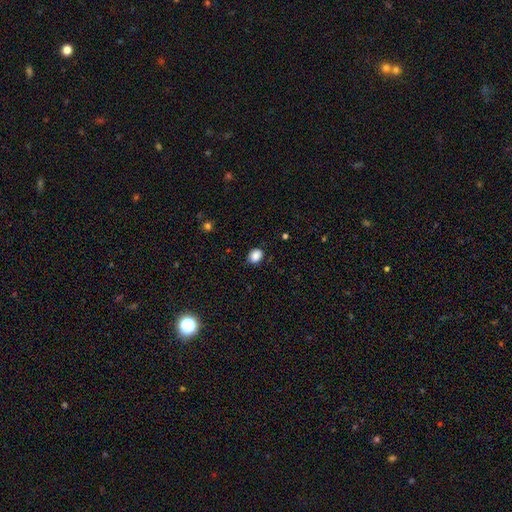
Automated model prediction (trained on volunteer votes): Q: Smooth or featured?
A: smooth (87%); runner-up: star or artifact (9%)
Q: How rounded?
A: round (50%); runner-up: in between (49%)
Q: Merging?
A: none (86%); runner-up: minor disturbance (10%)